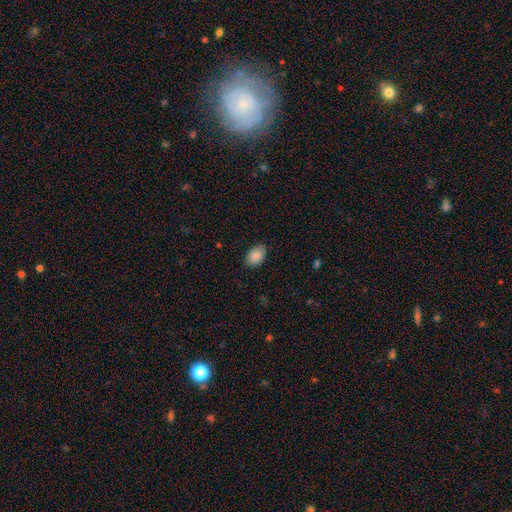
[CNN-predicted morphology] A smooth galaxy with no disk features (88%) that is in between round and cigar-shaped (87%). Merging: none (85%).